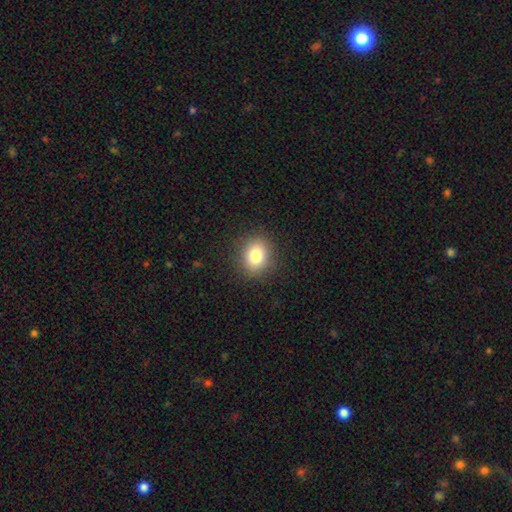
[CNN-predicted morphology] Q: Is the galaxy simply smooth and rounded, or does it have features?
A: smooth — 81%.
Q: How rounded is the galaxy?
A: round — 60%.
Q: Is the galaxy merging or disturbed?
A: none — 89%.